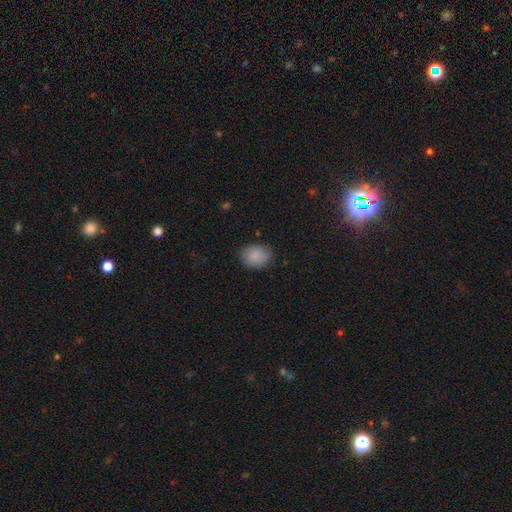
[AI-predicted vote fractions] smooth 88%, star or artifact 7%, featured or disk 5%. Down the decision tree: how rounded — in between (57%); merging — none (81%).